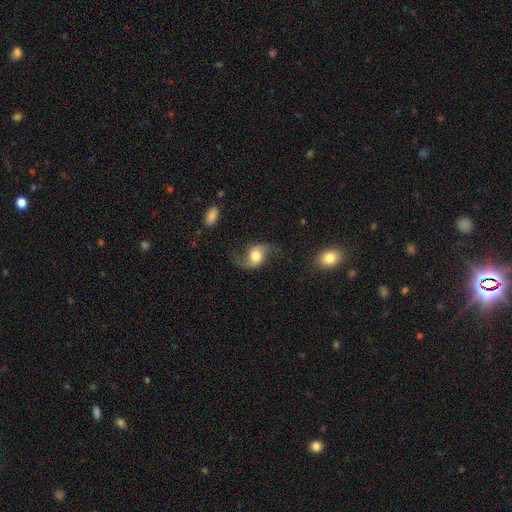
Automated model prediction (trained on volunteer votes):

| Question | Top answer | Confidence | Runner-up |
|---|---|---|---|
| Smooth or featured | featured or disk | 78% | smooth (15%) |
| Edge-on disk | no | 97% | yes (3%) |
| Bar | no | 57% | weak (33%) |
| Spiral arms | yes | 95% | no (5%) |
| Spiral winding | loose | 83% | medium (14%) |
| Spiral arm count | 2 | 93% | 1 (3%) |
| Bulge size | moderate | 49% | large (34%) |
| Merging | none | 68% | minor disturbance (18%) |